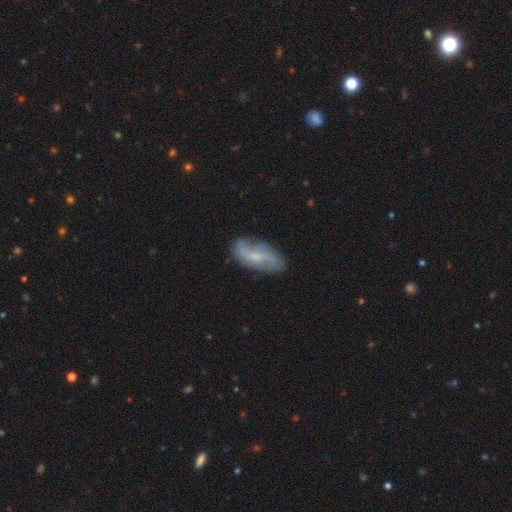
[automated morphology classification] The model was most divided on "bar": weak: 46%, no: 39%, strong: 15%. More confident: edge-on disk — no (92%); spiral arms — yes (87%); spiral arm count — 2 (82%); merging — none (75%); spiral winding — loose (69%); smooth or featured — featured or disk (68%); bulge size — small (63%).